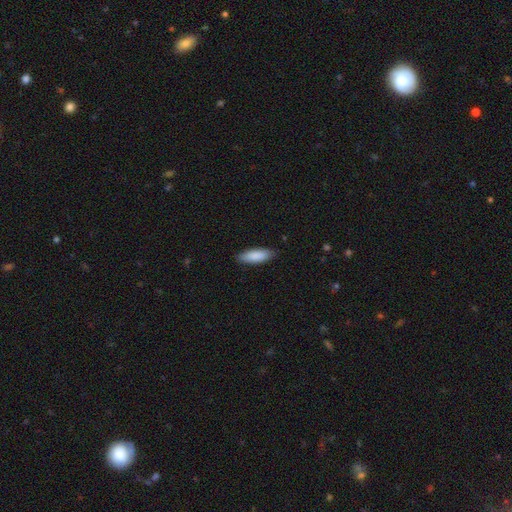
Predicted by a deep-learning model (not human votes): Smooth or featured: smooth — 89% (featured or disk — 6%)
How rounded: in between — 64% (cigar-shaped — 35%)
Merging: none — 86% (minor disturbance — 11%)